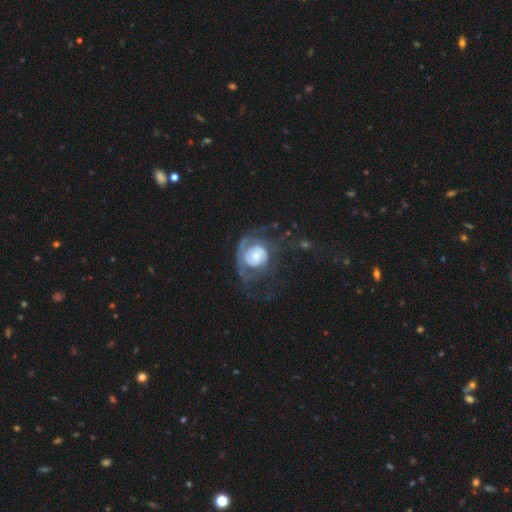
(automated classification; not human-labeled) Smooth or featured? Predicted: featured or disk (p=0.74). Edge-on disk? Predicted: no (p=0.98). Bar? Predicted: no (p=0.75). Spiral arms? Predicted: yes (p=0.83). Spiral winding? Predicted: tight (p=0.46). Spiral arm count? Predicted: 2 (p=0.37). Bulge size? Predicted: moderate (p=0.35). Merging? Predicted: none (p=0.41).